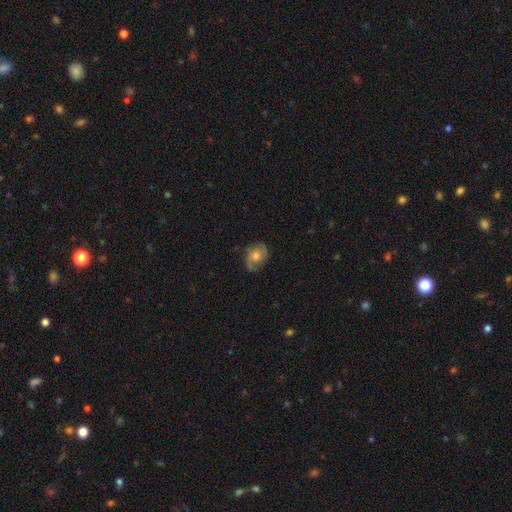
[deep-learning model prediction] A featured or disk galaxy (57%) with no bar (75%), spiral arms (83%) and a moderate central bulge (63%). Merging: none (71%).